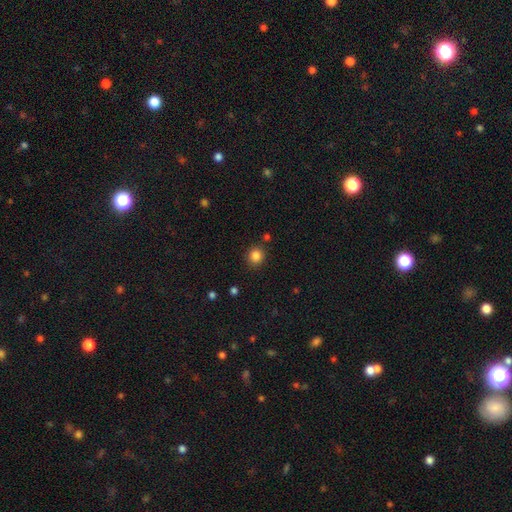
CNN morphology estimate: Smooth or featured? smooth (84%)
How rounded? round (86%)
Merging? none (87%)